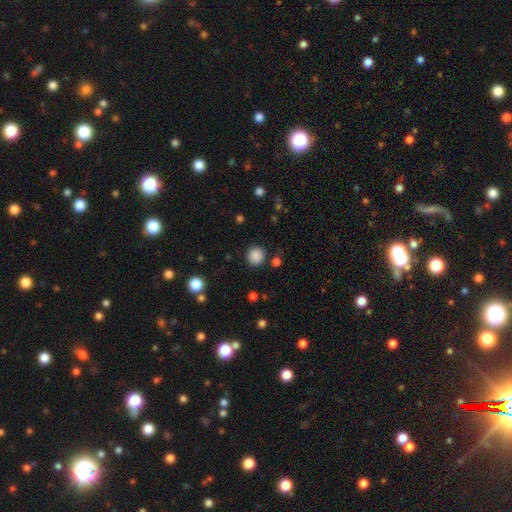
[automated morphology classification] Smooth or featured: smooth — 86% (star or artifact — 11%)
How rounded: round — 91% (in between — 8%)
Merging: none — 87% (minor disturbance — 8%)